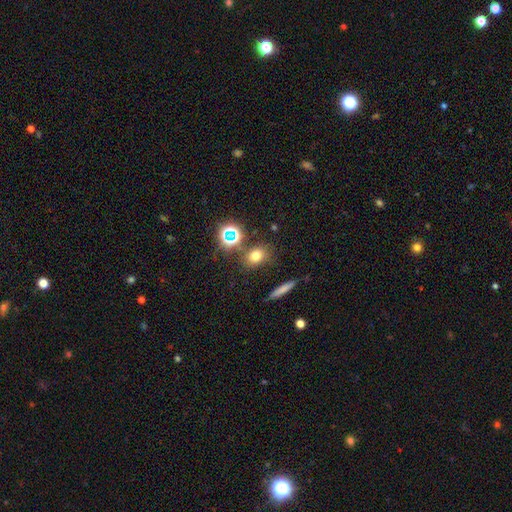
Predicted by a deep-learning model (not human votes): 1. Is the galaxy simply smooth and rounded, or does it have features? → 68% smooth, 22% star or artifact, 10% featured or disk.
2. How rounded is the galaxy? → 49% round, 48% in between, 3% cigar-shaped.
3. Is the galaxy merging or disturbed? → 79% none, 10% minor disturbance, 7% merger, 4% major disturbance.